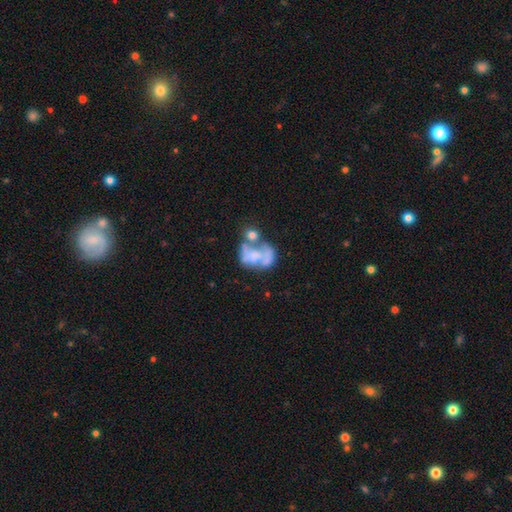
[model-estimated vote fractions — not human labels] Smooth or featured? featured or disk (59%)
Edge-on disk? no (98%)
Bar? no (86%)
Spiral arms? no (79%)
Bulge size? none (61%)
Merging? merger (37%)